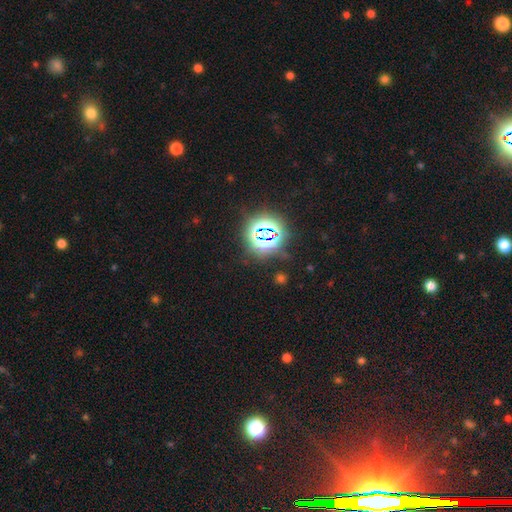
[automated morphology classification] star or artifact 78%, smooth 13%, featured or disk 8%.